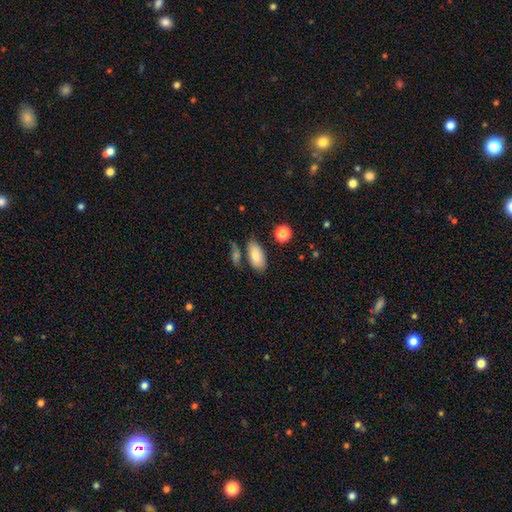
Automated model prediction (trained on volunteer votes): smooth_or_featured: smooth (p=0.77) [alt: featured or disk p=0.15]
how_rounded: in between (p=0.91) [alt: cigar-shaped p=0.04]
merging: none (p=0.66) [alt: minor disturbance p=0.17]